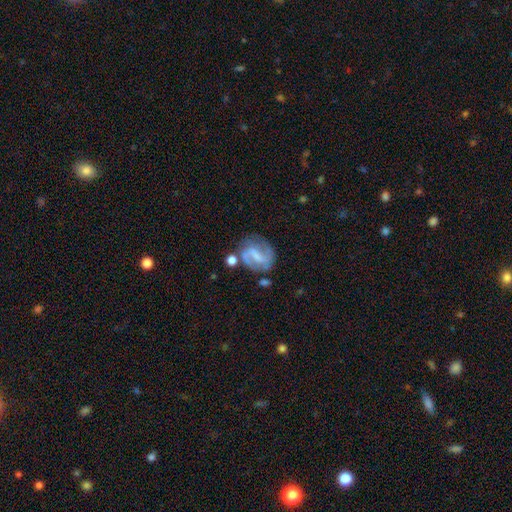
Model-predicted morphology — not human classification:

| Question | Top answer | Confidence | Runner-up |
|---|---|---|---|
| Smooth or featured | featured or disk | 78% | smooth (15%) |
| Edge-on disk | no | 98% | yes (2%) |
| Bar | weak | 45% | strong (35%) |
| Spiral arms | yes | 92% | no (8%) |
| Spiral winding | medium | 48% | loose (31%) |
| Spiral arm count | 2 | 87% | can't tell (6%) |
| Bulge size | small | 42% | none (37%) |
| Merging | none | 63% | minor disturbance (18%) |